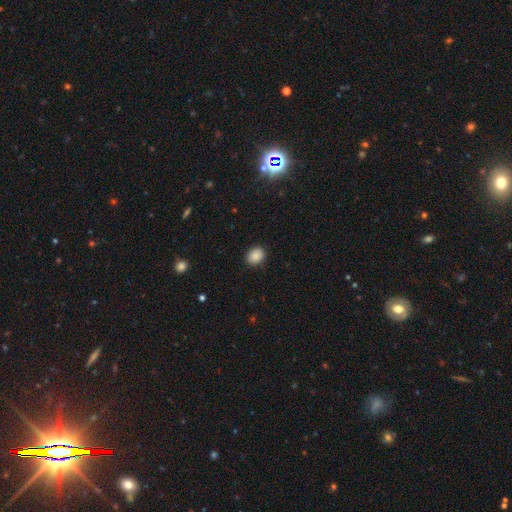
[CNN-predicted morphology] type=smooth (88%); roundness=round (56%); merging=none (89%).